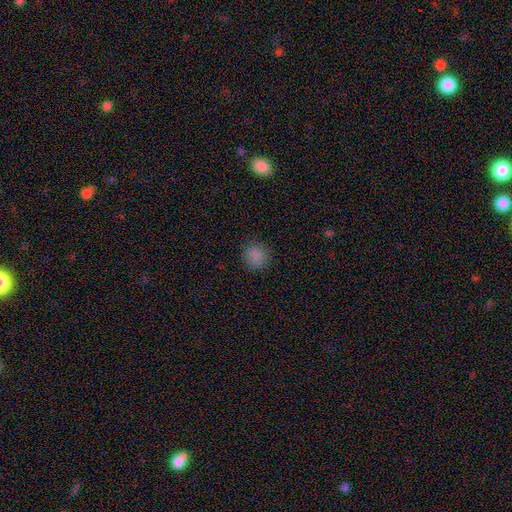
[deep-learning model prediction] The model was most divided on "smooth or featured": smooth: 84%, star or artifact: 12%, featured or disk: 4%. More confident: how rounded — round (91%); merging — none (89%).